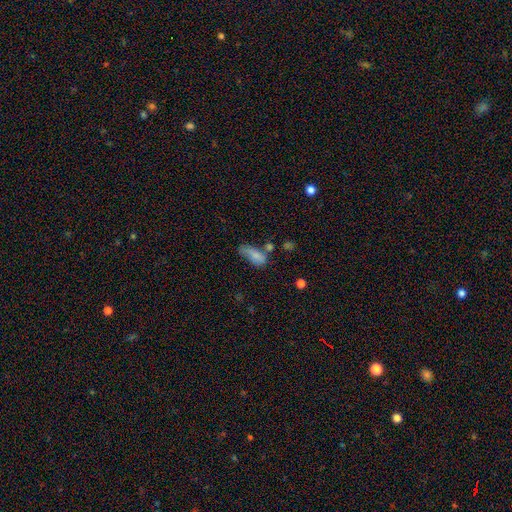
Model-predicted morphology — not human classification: type=smooth (75%); roundness=in between (78%); merging=none (32%).